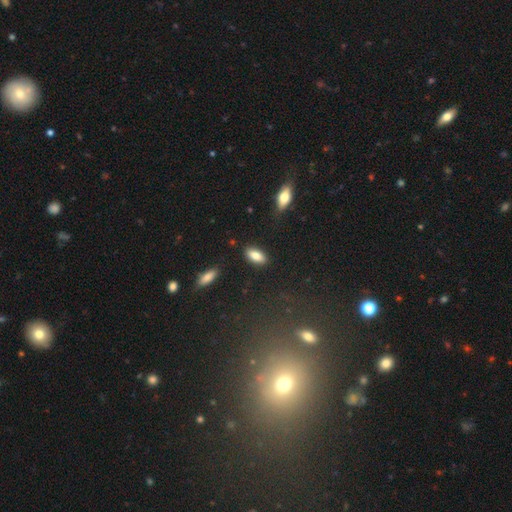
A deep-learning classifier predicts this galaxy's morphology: This appears to be a smooth galaxy with no disk features (83%) that is in between round and cigar-shaped (87%). Merging: none (87%).